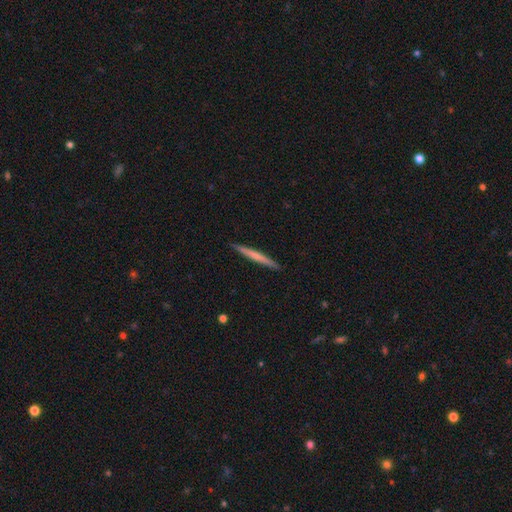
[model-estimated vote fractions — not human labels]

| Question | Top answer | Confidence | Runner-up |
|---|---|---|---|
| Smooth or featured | smooth | 50% | featured or disk (44%) |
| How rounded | cigar-shaped | 97% | in between (2%) |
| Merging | none | 92% | minor disturbance (5%) |